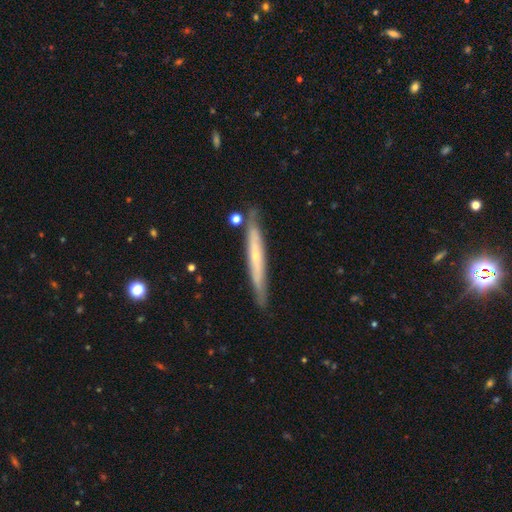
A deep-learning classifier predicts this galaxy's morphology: This is likely a featured or disk galaxy (61%). It is clearly viewed edge-on (91%). Edge-on bulge: possibly none (52%). Merging: clearly none (83%).